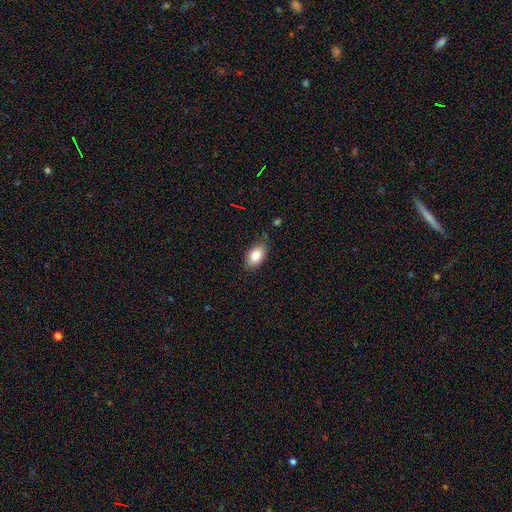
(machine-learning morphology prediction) Q: Smooth or featured?
A: smooth (87%); runner-up: star or artifact (7%)
Q: How rounded?
A: in between (93%); runner-up: round (5%)
Q: Merging?
A: none (82%); runner-up: minor disturbance (14%)